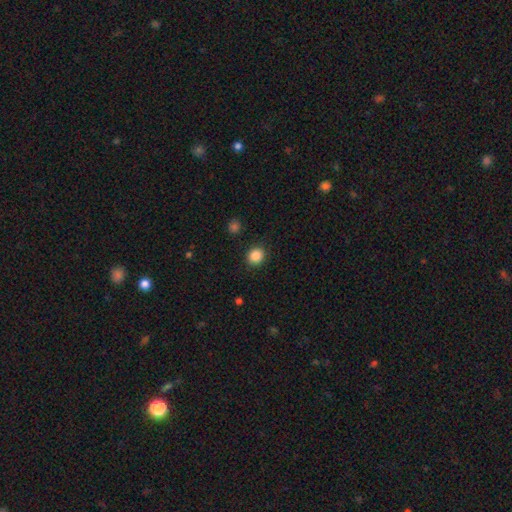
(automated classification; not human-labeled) This is clearly a smooth galaxy (87%). How rounded: clearly round (82%). Merging: clearly none (90%).